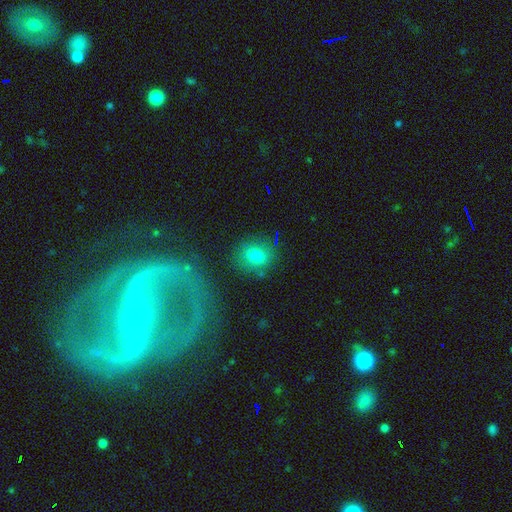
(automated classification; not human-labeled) Morphology: type=smooth (77%); roundness=round (54%); merging=none (77%).